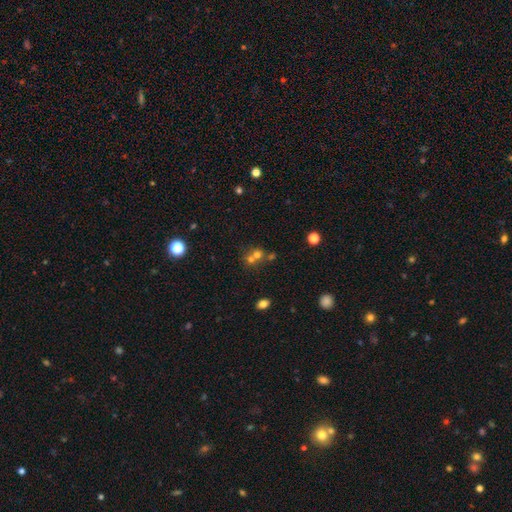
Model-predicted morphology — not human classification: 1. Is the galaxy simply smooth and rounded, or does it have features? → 61% smooth, 21% star or artifact, 18% featured or disk.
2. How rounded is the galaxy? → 80% round, 19% in between, 1% cigar-shaped.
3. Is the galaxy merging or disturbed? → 51% merger, 39% none, 6% minor disturbance, 4% major disturbance.